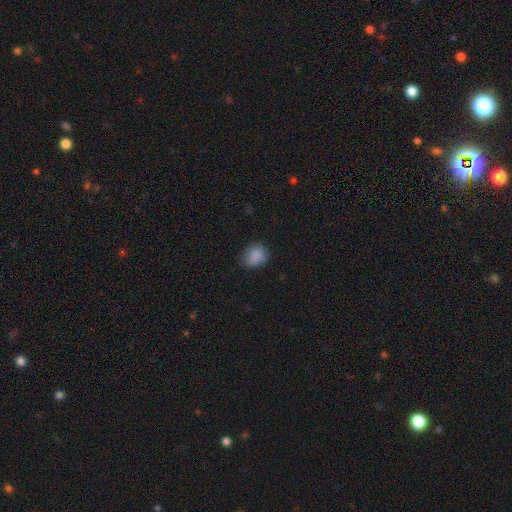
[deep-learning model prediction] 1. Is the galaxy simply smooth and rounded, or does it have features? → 85% smooth, 9% star or artifact, 6% featured or disk.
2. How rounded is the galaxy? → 58% round, 41% in between, 1% cigar-shaped.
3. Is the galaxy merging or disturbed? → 70% none, 23% minor disturbance, 6% major disturbance, 1% merger.